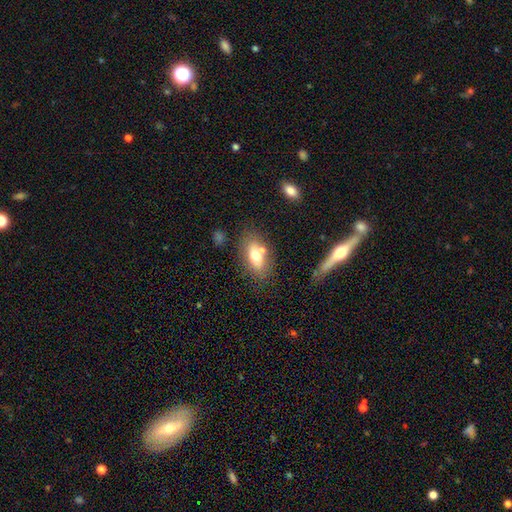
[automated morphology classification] smooth 69%, featured or disk 23%, star or artifact 9%. Down the decision tree: how rounded — in between (84%); merging — none (66%).